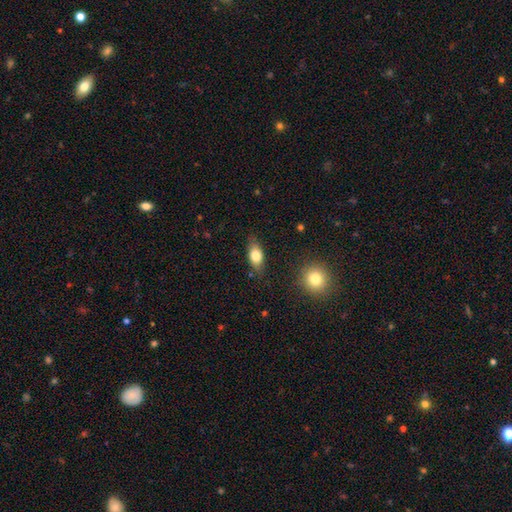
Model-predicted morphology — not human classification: Overall: smooth (75%). How rounded: in between (82%). Merging: none (79%).